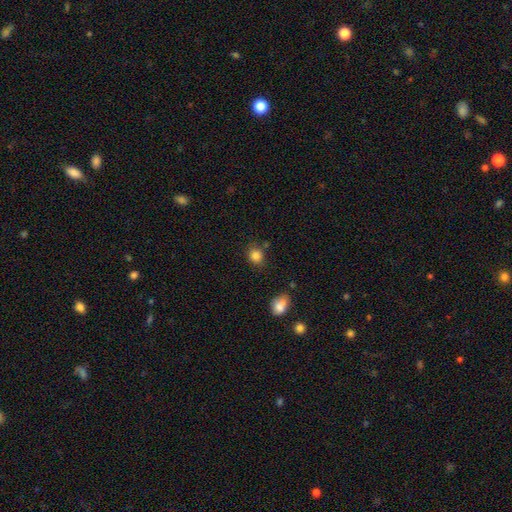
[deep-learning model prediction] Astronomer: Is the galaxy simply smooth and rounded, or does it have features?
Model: smooth — 84%.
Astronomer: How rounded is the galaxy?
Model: round — 78%.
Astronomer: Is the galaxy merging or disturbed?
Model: none — 76%.